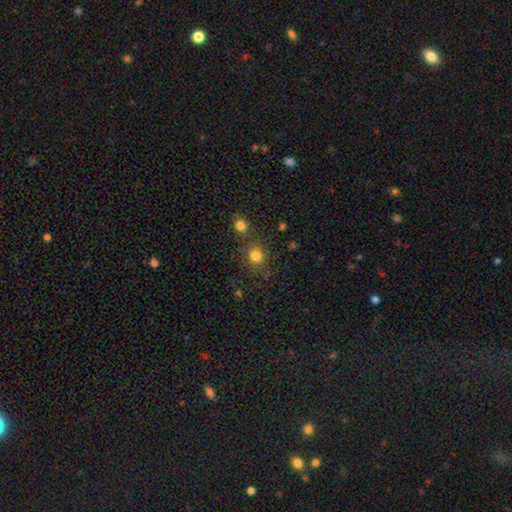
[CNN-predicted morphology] smooth 80%, star or artifact 14%, featured or disk 6%. Down the decision tree: how rounded — round (85%); merging — none (75%).